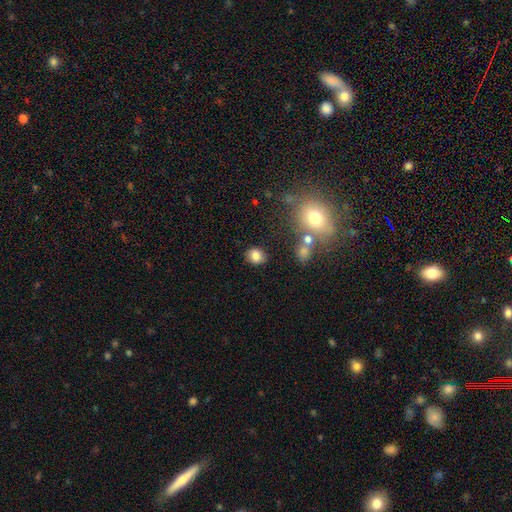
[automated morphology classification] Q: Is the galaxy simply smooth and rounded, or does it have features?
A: smooth — 82%.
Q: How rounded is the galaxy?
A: round — 61%.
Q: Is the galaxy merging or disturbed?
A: none — 85%.